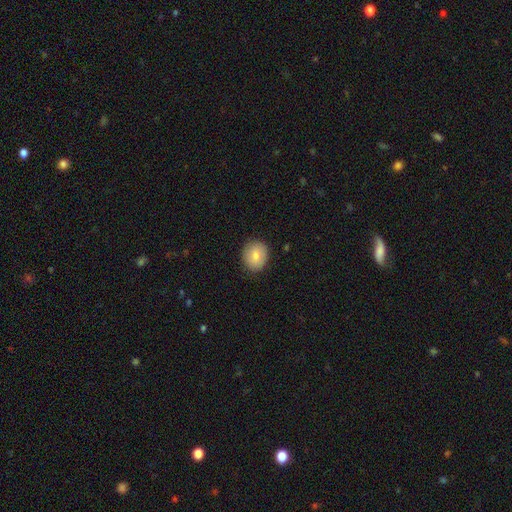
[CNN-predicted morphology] Overall: smooth (78%). How rounded: round (67%; in between 32%). Merging: none (86%).